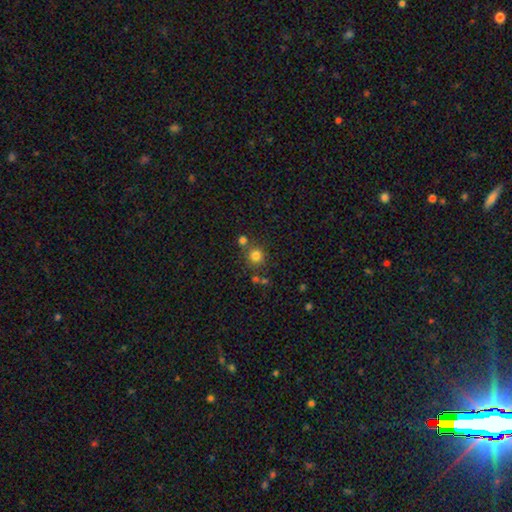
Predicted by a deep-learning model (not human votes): A smooth galaxy with no disk features (79%) that is round (90%).

Vote fractions:
- Smooth or featured? smooth: 79% / star or artifact: 14% / featured or disk: 7%
- How rounded? round: 90% / in between: 9% / cigar-shaped: 1%
- Merging? none: 70% / merger: 17% / minor disturbance: 9% / major disturbance: 4%